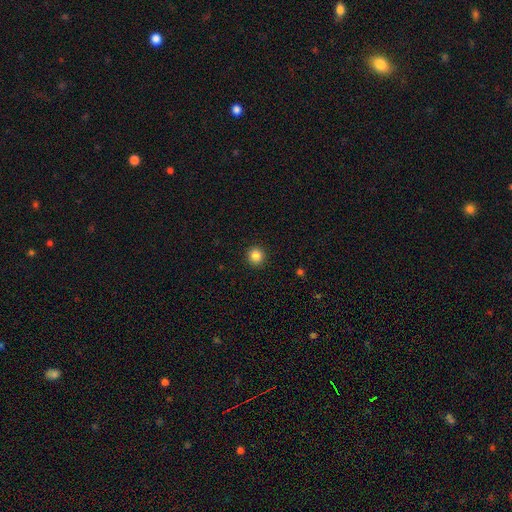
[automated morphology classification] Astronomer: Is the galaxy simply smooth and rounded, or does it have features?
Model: smooth — 85%.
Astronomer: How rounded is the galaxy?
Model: round — 94%.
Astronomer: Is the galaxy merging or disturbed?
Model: none — 93%.